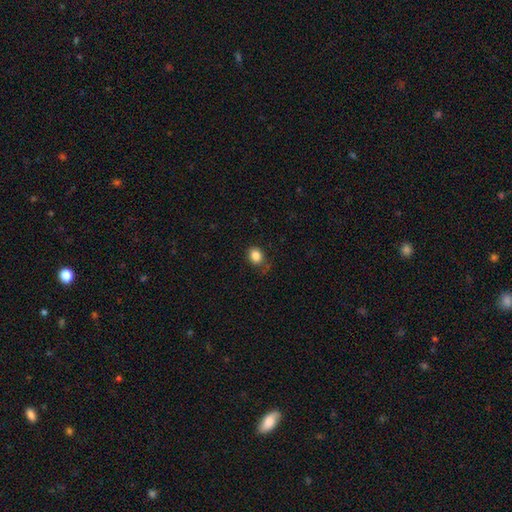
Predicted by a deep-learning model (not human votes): This appears to be a smooth galaxy with no disk features (85%) that is round (54%). Merging: none (75%).